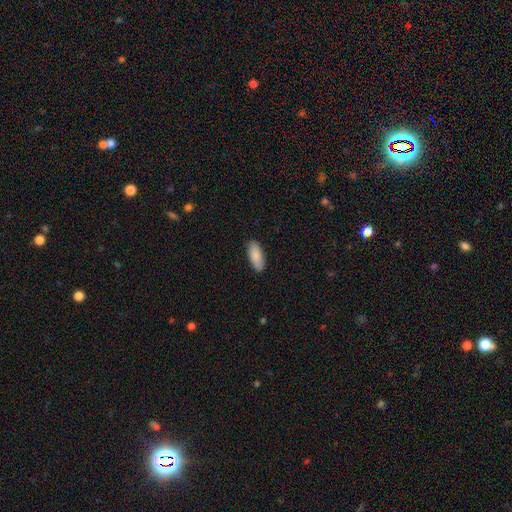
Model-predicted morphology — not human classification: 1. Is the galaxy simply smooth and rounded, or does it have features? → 88% smooth, 7% featured or disk, 6% star or artifact.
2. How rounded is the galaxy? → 80% in between, 18% cigar-shaped, 2% round.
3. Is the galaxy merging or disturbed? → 88% none, 9% minor disturbance, 2% major disturbance, 1% merger.